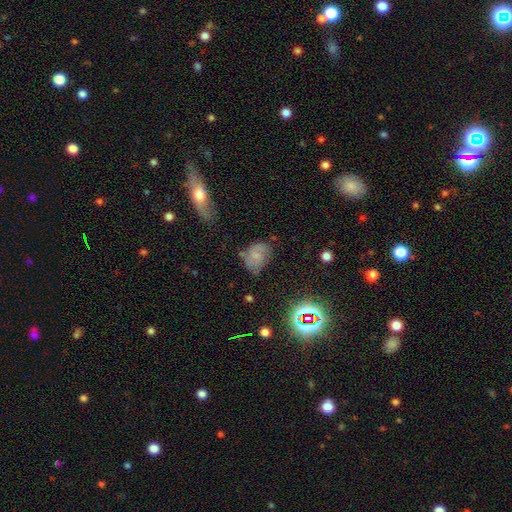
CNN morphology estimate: A smooth galaxy with no disk features (57%) that is in between round and cigar-shaped (72%). Merging: none (50%).